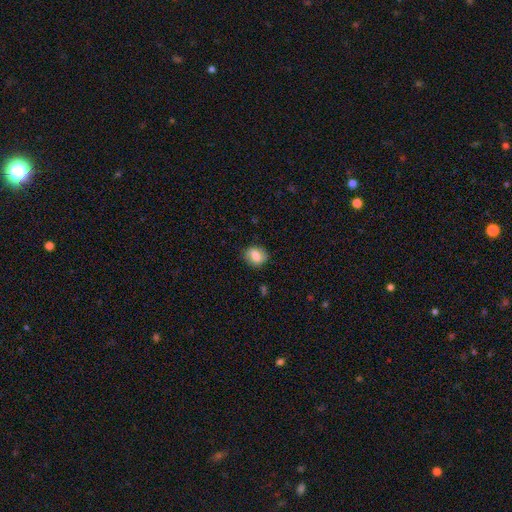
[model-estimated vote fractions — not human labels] Smooth or featured? Predicted: smooth (p=0.71). How rounded? Predicted: round (p=0.60). Merging? Predicted: none (p=0.80).